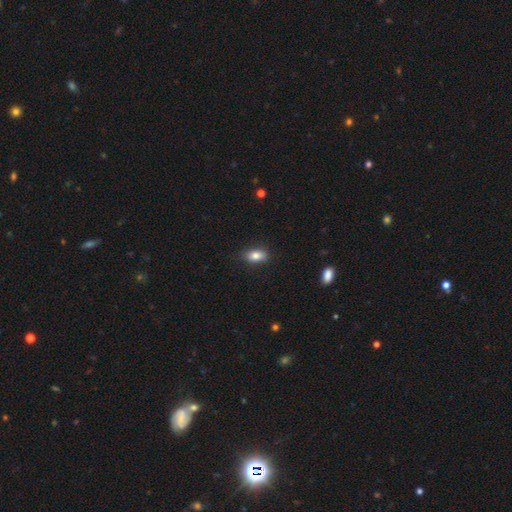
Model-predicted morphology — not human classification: This appears to be a smooth galaxy with no disk features (83%) that is in between round and cigar-shaped (86%). Merging: none (84%).